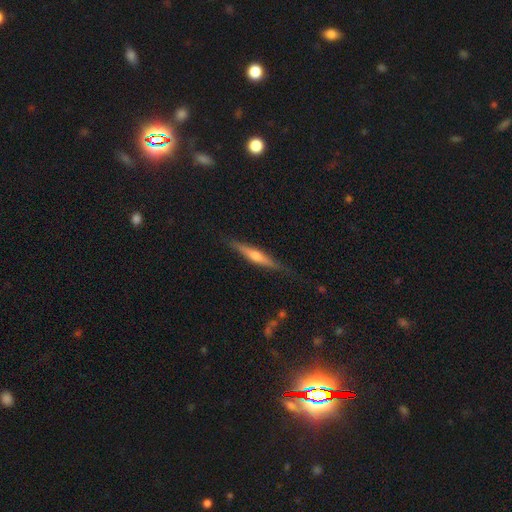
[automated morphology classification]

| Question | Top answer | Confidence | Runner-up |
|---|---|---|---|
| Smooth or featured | featured or disk | 65% | smooth (29%) |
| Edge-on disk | yes | 96% | no (4%) |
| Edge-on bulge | rounded | 85% | none (9%) |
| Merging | none | 84% | minor disturbance (12%) |